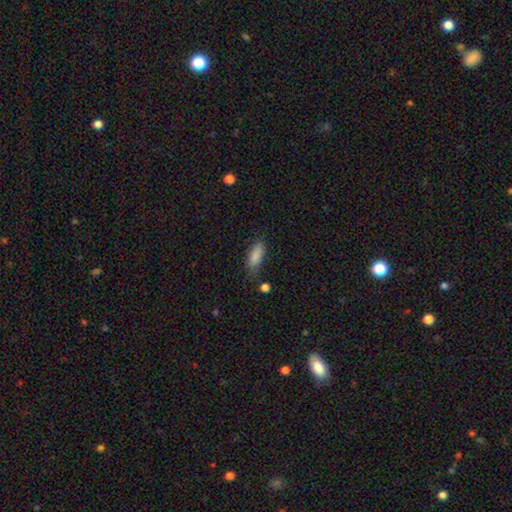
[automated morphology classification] Overall: smooth (87%). How rounded: in between (74%). Merging: none (70%).